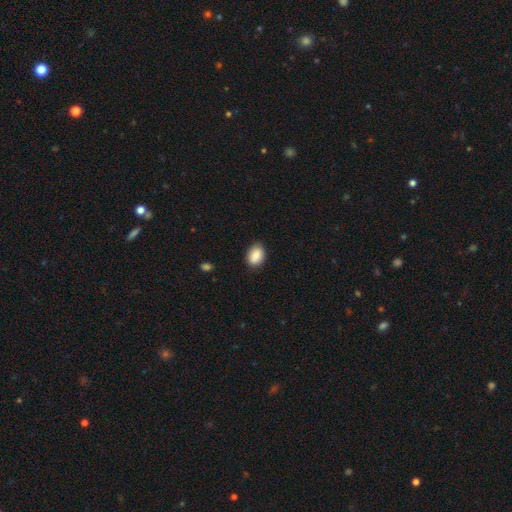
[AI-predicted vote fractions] Smooth or featured? Predicted: smooth (p=0.87). How rounded? Predicted: in between (p=0.81). Merging? Predicted: none (p=0.84).